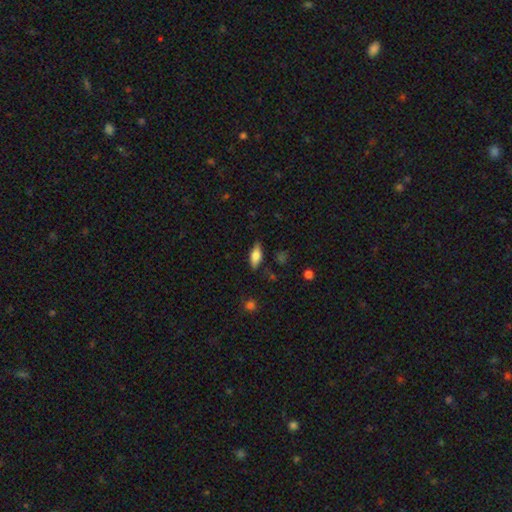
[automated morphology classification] The model was most divided on "smooth or featured": smooth: 68%, featured or disk: 25%, star or artifact: 7%. More confident: merging — none (82%); how rounded — in between (75%).